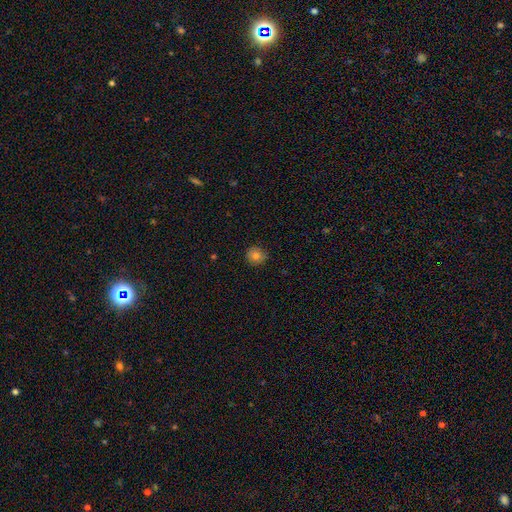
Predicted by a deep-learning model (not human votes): Overall: smooth (82%). How rounded: round (88%). Merging: none (86%).